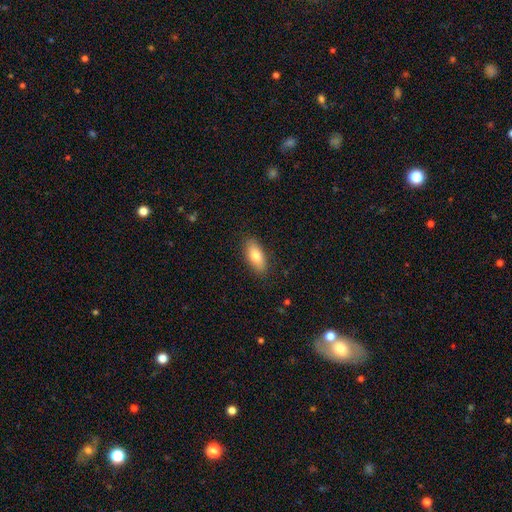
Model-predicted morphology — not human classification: The model was most divided on "smooth or featured": smooth: 79%, featured or disk: 15%, star or artifact: 6%. More confident: merging — none (86%); how rounded — in between (84%).